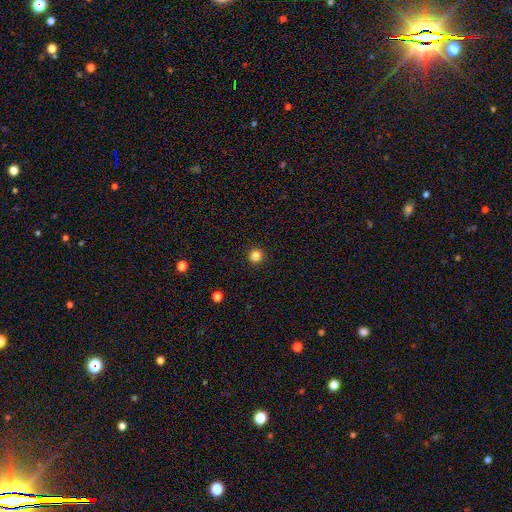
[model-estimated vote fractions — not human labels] Overall: smooth (84%). How rounded: round (96%). Merging: none (93%).